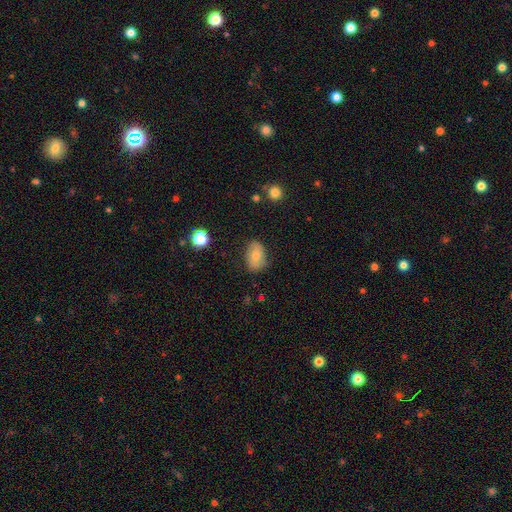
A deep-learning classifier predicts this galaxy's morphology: This is likely a smooth galaxy (65%). How rounded: clearly in between (81%). Merging: likely none (77%).